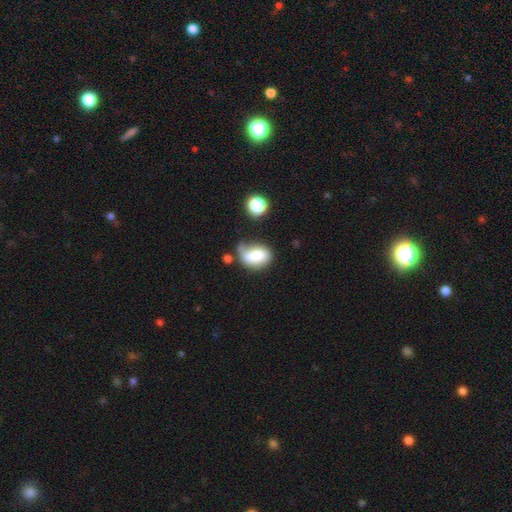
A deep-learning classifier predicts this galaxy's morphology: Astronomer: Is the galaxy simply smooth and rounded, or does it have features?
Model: smooth — 72%.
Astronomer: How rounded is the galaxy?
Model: in between — 77%.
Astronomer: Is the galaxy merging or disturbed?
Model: none — 36% (runner-up: minor disturbance, 31%).